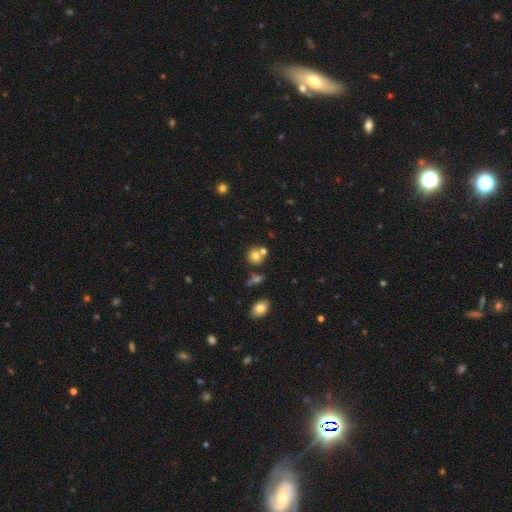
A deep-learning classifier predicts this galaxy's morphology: Overall: smooth (74%). How rounded: round (83%). Merging: none (56%; merger 31%).